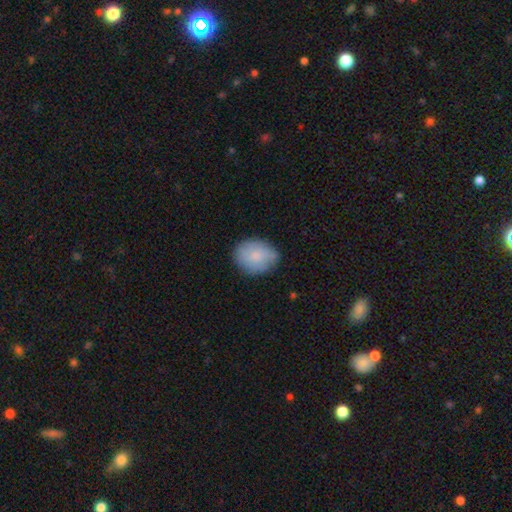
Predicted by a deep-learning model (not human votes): smooth 79%, featured or disk 14%, star or artifact 7%. Down the decision tree: how rounded — in between (54%); merging — none (73%).